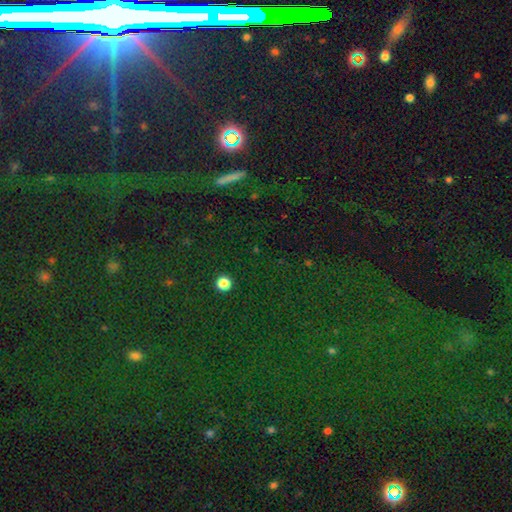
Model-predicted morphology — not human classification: Smooth or featured? star or artifact (78%)